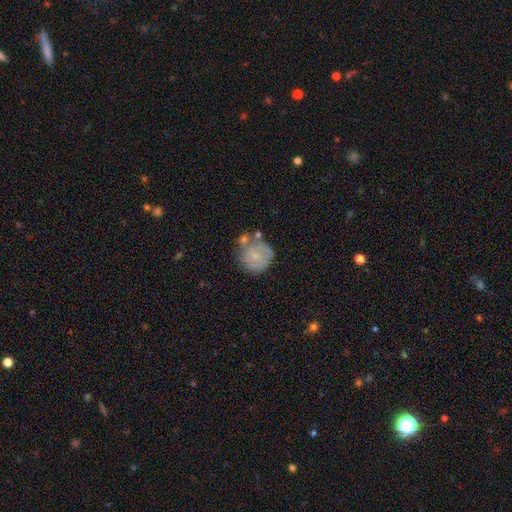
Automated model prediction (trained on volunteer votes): smooth-or-featured: smooth: 63% | featured or disk: 30% | star or artifact: 8%
  how-rounded: round: 89% | in between: 10% | cigar-shaped: 1%
  merging: none: 52% | minor disturbance: 22% | merger: 17% | major disturbance: 9%